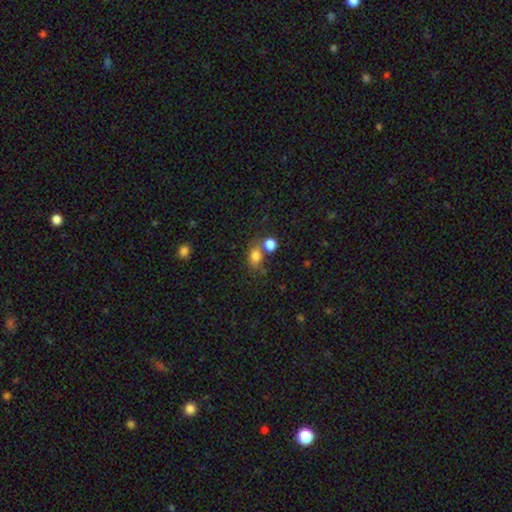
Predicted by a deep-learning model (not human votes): Smooth or featured? smooth (80%)
How rounded? in between (59%)
Merging? none (55%)